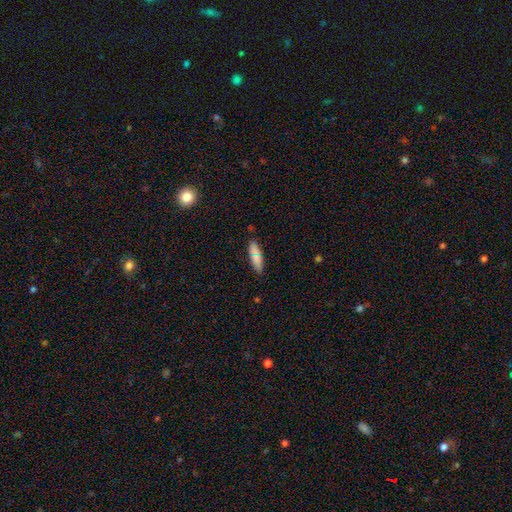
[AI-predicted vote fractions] Smooth or featured: smooth — 78% (featured or disk — 15%)
How rounded: in between — 51% (cigar-shaped — 47%)
Merging: none — 81% (minor disturbance — 13%)